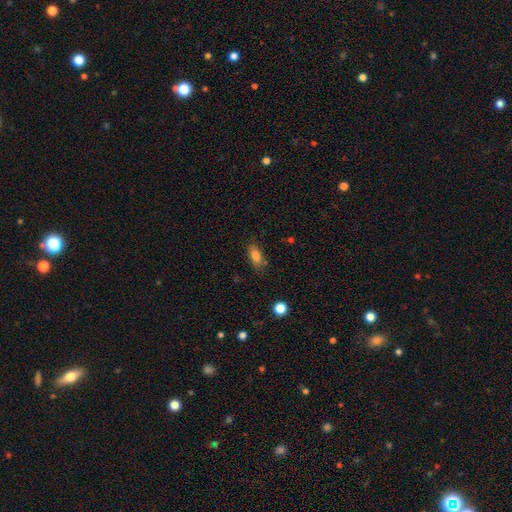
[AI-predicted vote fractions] smooth_or_featured: smooth (p=0.81) [alt: featured or disk p=0.10]
how_rounded: in between (p=0.86) [alt: cigar-shaped p=0.09]
merging: none (p=0.78) [alt: minor disturbance p=0.15]